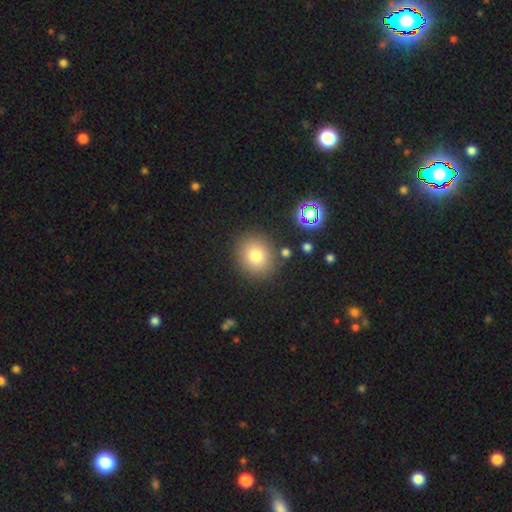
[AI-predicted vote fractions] Morphology: type=smooth (78%); roundness=round (81%); merging=none (85%).